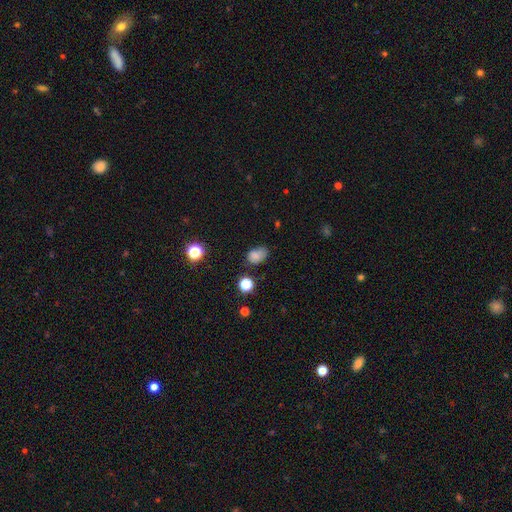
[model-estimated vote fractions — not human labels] Morphology: type=smooth (77%); roundness=in between (77%); merging=none (54%).